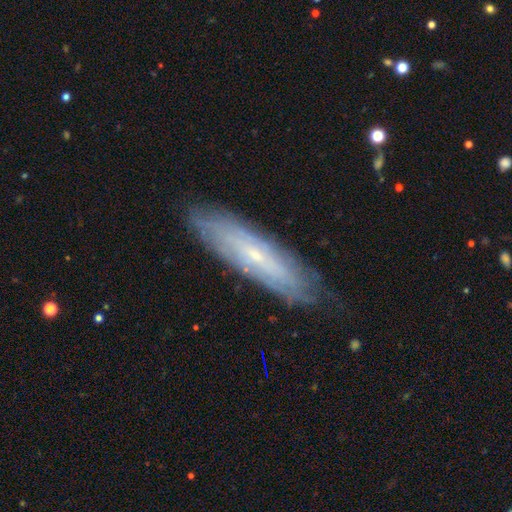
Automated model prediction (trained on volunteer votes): This appears to be a featured or disk galaxy (66%). Merging: none (80%).